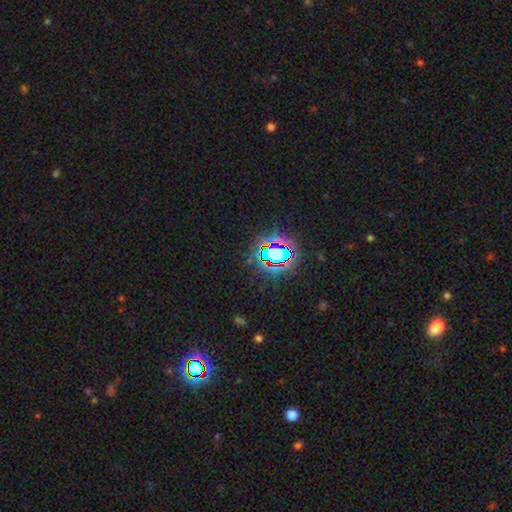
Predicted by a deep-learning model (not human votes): A star or artifact, not a galaxy (80%).

Vote fractions:
- Smooth or featured? star or artifact: 80% / smooth: 12% / featured or disk: 8%